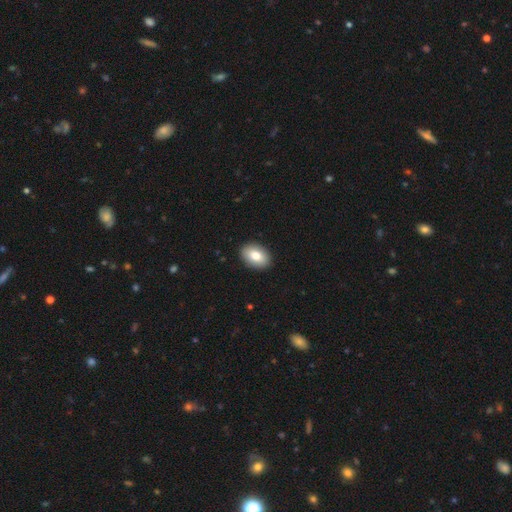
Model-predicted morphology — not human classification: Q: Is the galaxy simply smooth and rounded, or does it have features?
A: smooth — 82%.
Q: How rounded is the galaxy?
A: in between — 84%.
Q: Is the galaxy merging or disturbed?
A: none — 91%.